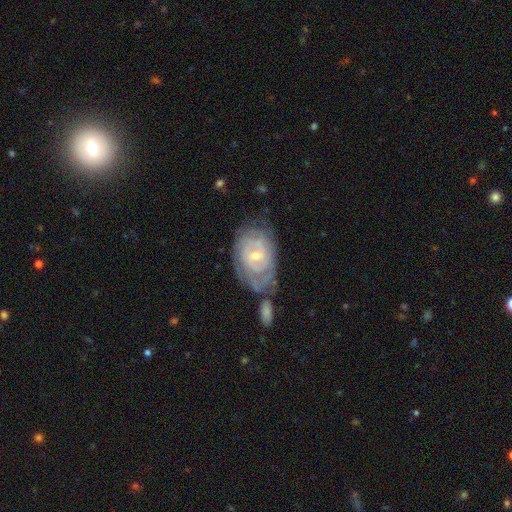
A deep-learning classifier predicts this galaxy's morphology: smooth_or_featured: featured or disk (p=0.83) [alt: smooth p=0.12]
disk_edge_on: no (p=0.97) [alt: yes p=0.03]
bar: weak (p=0.53) [alt: no p=0.34]
has_spiral_arms: yes (p=0.94) [alt: no p=0.06]
spiral_winding: tight (p=0.74) [alt: medium p=0.21]
spiral_arm_count: can't tell (p=0.41) [alt: 2 p=0.29]
bulge_size: small (p=0.59) [alt: moderate p=0.37]
merging: none (p=0.55) [alt: minor disturbance p=0.22]